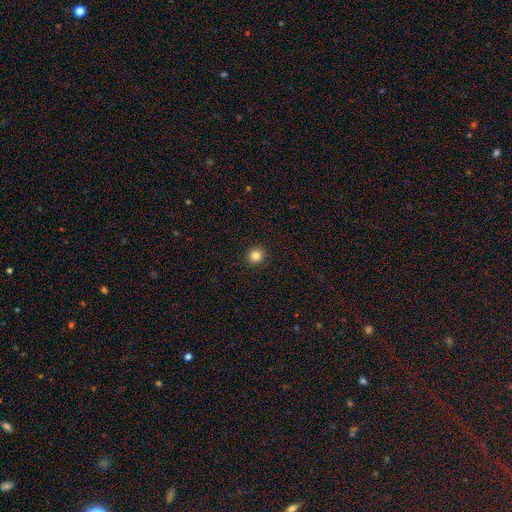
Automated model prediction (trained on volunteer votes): A smooth galaxy with no disk features (83%) that is round (92%).

Vote fractions:
- Smooth or featured? smooth: 83% / star or artifact: 12% / featured or disk: 5%
- How rounded? round: 92% / in between: 7% / cigar-shaped: 1%
- Merging? none: 93% / minor disturbance: 5% / major disturbance: 2% / merger: 1%